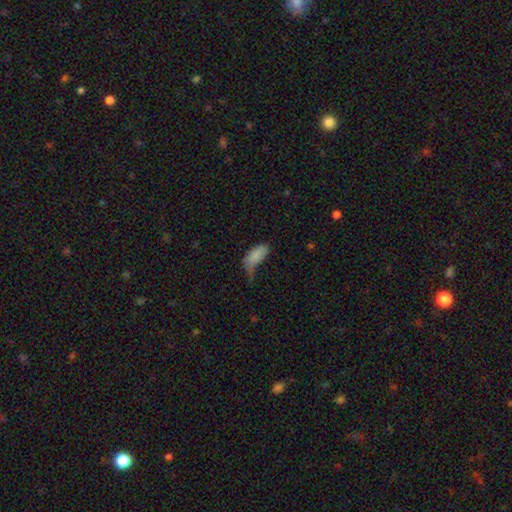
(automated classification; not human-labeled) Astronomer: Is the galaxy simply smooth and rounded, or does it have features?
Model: smooth — 81%.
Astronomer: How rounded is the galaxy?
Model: in between — 93%.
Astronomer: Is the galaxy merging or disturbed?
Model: major disturbance — 39% (runner-up: minor disturbance, 34%).